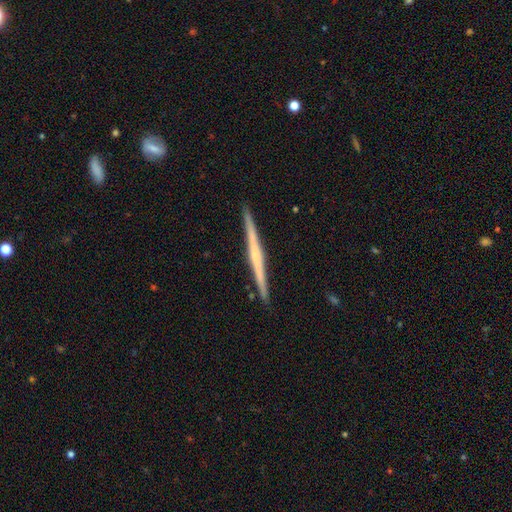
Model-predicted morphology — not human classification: A featured or disk galaxy (70%) viewed edge-on (98%) with no central bulge (61%).

Vote fractions:
- Smooth or featured? featured or disk: 70% / smooth: 25% / star or artifact: 5%
- Edge-on disk? yes: 98% / no: 2%
- Edge-on bulge? none: 61% / rounded: 29% / boxy: 10%
- Merging? none: 92% / minor disturbance: 6% / major disturbance: 1% / merger: 1%